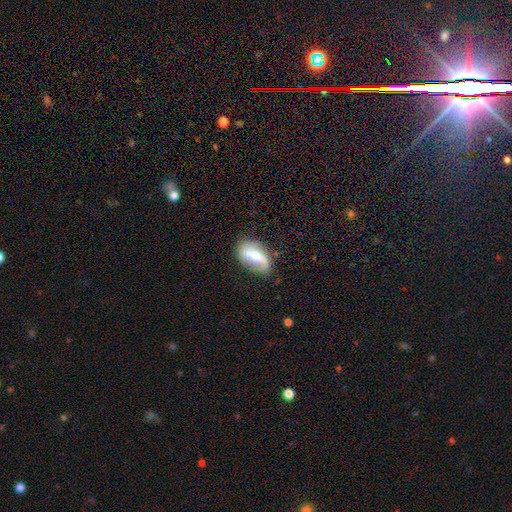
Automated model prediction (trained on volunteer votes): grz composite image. It shows a featured or disk galaxy (65%) with no bar (38%), spiral arms (76%) and a moderate central bulge (66%). Merging: none (61%).